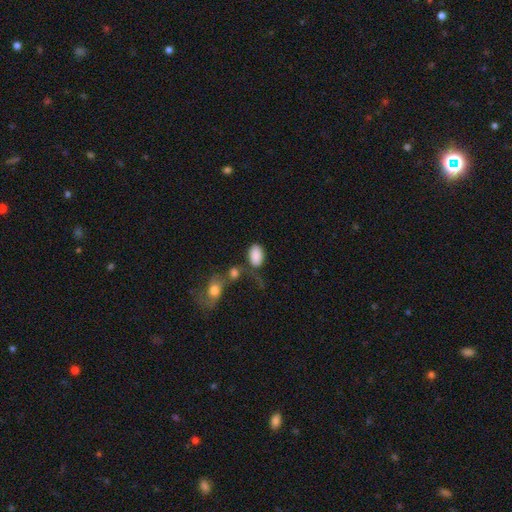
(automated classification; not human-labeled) Overall: smooth (87%). How rounded: in between (92%). Merging: none (49%; minor disturbance 20%).